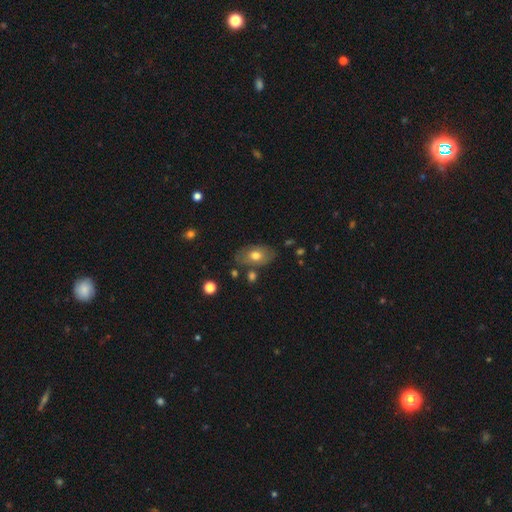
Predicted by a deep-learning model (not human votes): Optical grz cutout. It shows a smooth galaxy with no disk features (66%) that is in between round and cigar-shaped (88%). Merging: none (72%).